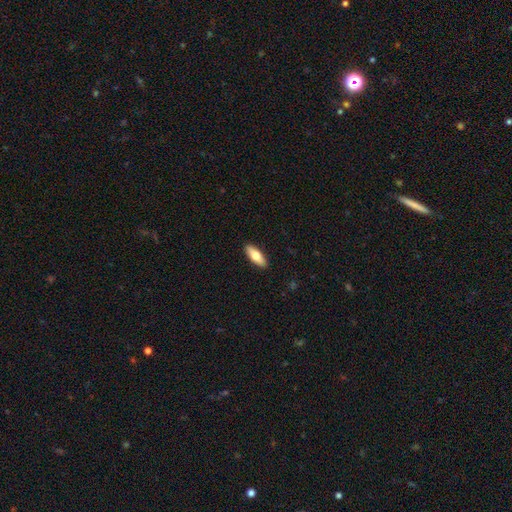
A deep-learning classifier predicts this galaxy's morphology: A smooth galaxy with no disk features (71%) that is in between round and cigar-shaped (65%).

Vote fractions:
- Smooth or featured? smooth: 71% / featured or disk: 23% / star or artifact: 6%
- How rounded? in between: 65% / cigar-shaped: 32% / round: 2%
- Merging? none: 91% / minor disturbance: 7% / major disturbance: 2% / merger: 1%